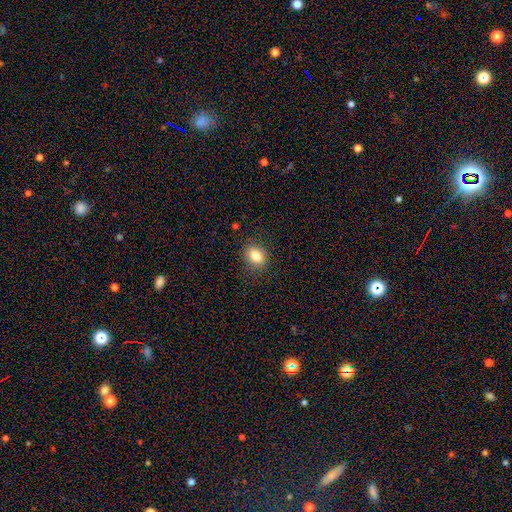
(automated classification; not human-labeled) Overall: smooth (82%). How rounded: in between (65%; round 34%). Merging: none (85%).